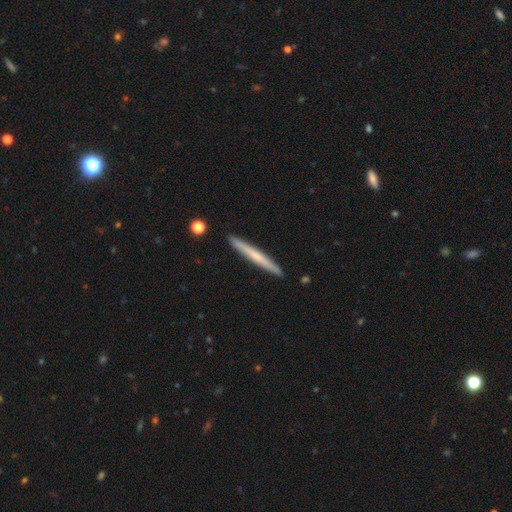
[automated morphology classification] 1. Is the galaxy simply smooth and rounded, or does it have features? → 54% smooth, 40% featured or disk, 5% star or artifact.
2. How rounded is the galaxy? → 97% cigar-shaped, 2% in between, 1% round.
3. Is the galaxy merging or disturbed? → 92% none, 6% minor disturbance, 1% merger, 1% major disturbance.